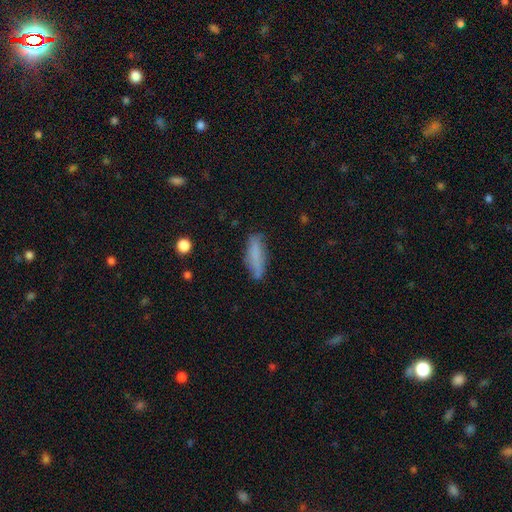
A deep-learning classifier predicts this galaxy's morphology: This is likely a smooth galaxy (77%). How rounded: likely cigar-shaped (61%). Merging: likely none (72%).